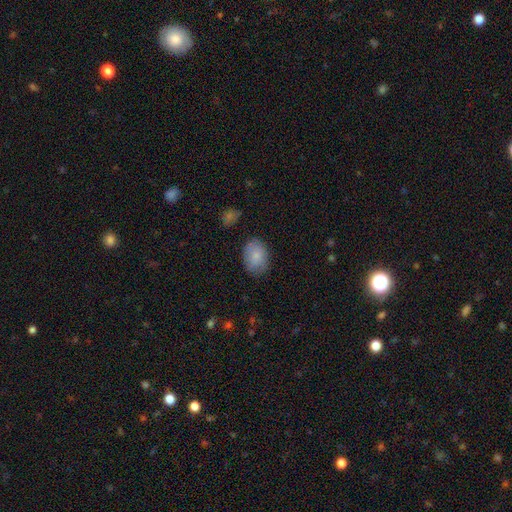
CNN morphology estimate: smooth 83%, featured or disk 10%, star or artifact 7%. Down the decision tree: how rounded — in between (73%); merging — none (79%).